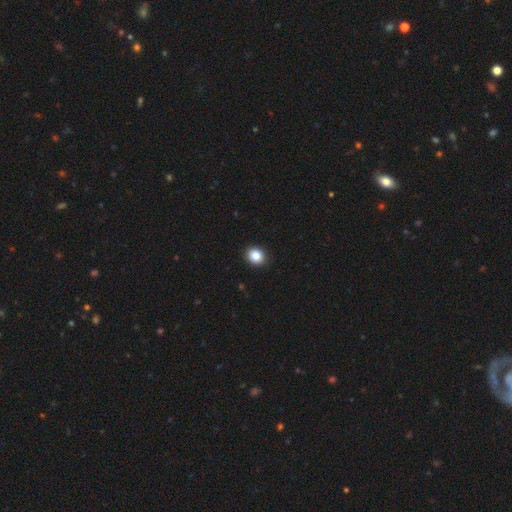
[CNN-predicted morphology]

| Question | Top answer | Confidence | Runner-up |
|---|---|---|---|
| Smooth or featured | smooth | 85% | star or artifact (10%) |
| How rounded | round | 74% | in between (25%) |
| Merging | none | 92% | minor disturbance (6%) |